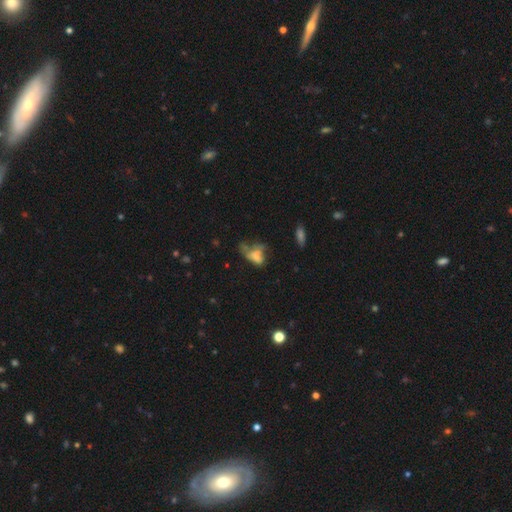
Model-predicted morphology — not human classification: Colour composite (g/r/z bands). It shows a smooth galaxy with no disk features (57%) that is in between round and cigar-shaped (83%). Merging: major disturbance (42%).